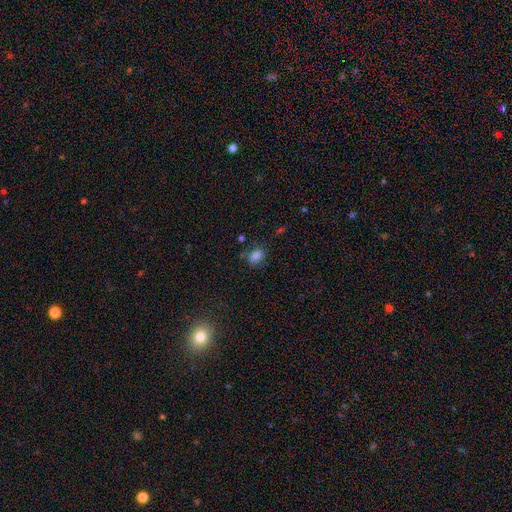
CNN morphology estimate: smooth 82%, star or artifact 12%, featured or disk 6%. Down the decision tree: how rounded — in between (71%); merging — none (71%).